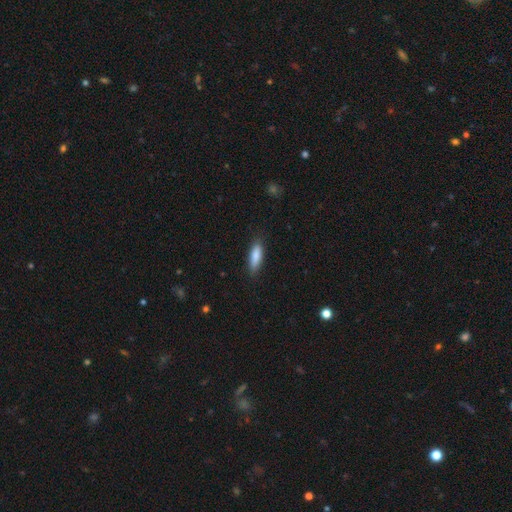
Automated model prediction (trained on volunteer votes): A smooth galaxy with no disk features (85%) that is cigar-shaped (49%, tied with in between).

Vote fractions:
- Smooth or featured? smooth: 85% / featured or disk: 9% / star or artifact: 6%
- How rounded? cigar-shaped: 49% (tied) / in between: 49% (tied) / round: 2%
- Merging? none: 82% / minor disturbance: 14% / major disturbance: 3% / merger: 1%